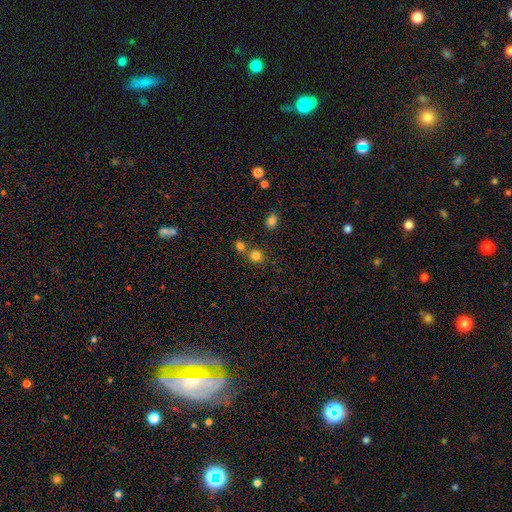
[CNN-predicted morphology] Smooth or featured: smooth — 80% (star or artifact — 14%)
How rounded: round — 89% (in between — 10%)
Merging: none — 64% (merger — 27%)